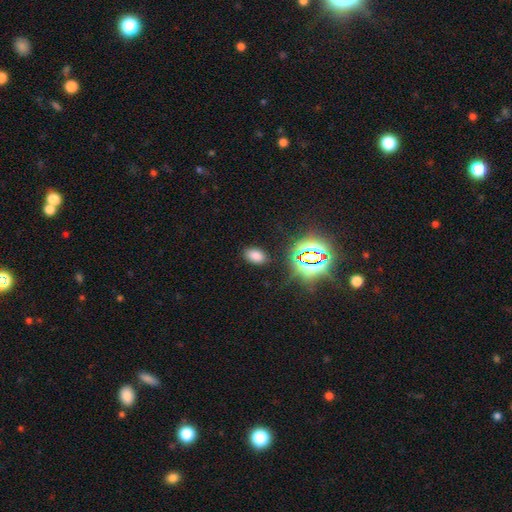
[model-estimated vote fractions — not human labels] smooth-or-featured: smooth: 72% | star or artifact: 23% | featured or disk: 6%
  how-rounded: in between: 88% | round: 10% | cigar-shaped: 2%
  merging: none: 86% | minor disturbance: 9% | major disturbance: 3% | merger: 2%